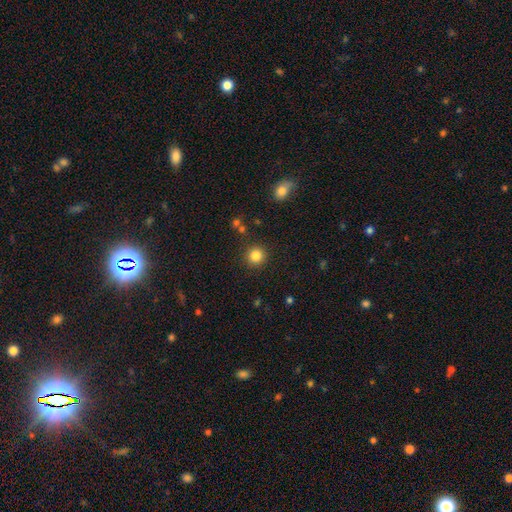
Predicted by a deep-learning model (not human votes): A smooth galaxy with no disk features (84%) that is round (94%). Merging: none (89%).